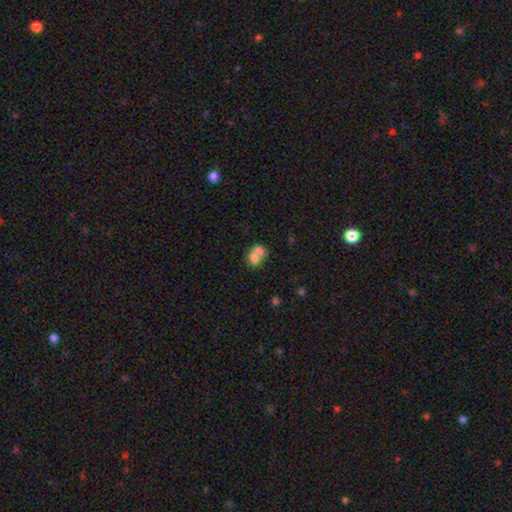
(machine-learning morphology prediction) A smooth galaxy with no disk features (71%) that is round (54%).

Vote fractions:
- Smooth or featured? smooth: 71% / featured or disk: 20% / star or artifact: 9%
- How rounded? round: 54% / in between: 45% / cigar-shaped: 1%
- Merging? merger: 70% / none: 20% / minor disturbance: 6% / major disturbance: 4%